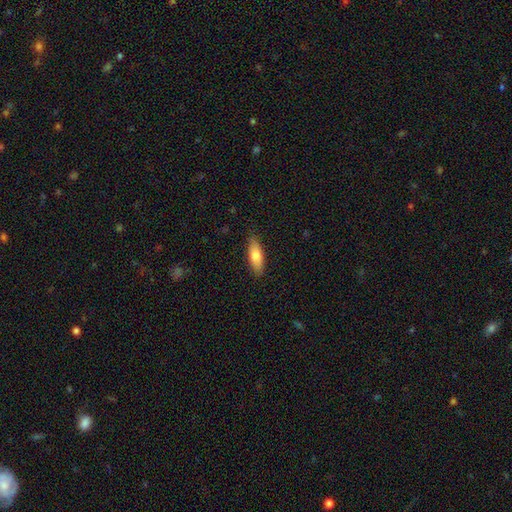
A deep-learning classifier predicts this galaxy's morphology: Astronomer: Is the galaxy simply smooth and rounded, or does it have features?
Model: smooth — 80%.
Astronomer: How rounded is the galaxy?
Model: in between — 58% (runner-up: cigar-shaped, 40%).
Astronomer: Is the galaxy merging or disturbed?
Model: none — 86%.